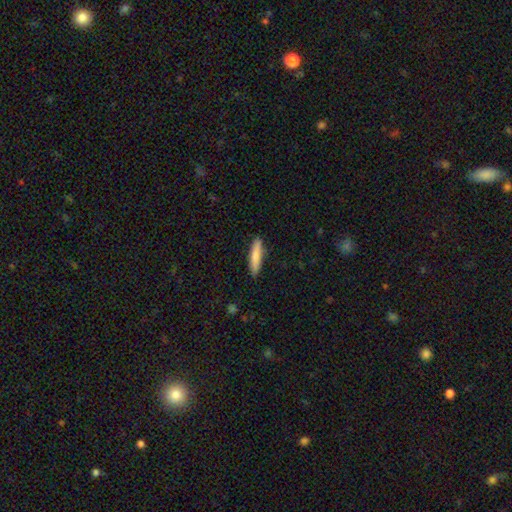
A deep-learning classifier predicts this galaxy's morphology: smooth 79%, featured or disk 16%, star or artifact 6%. Down the decision tree: how rounded — cigar-shaped (83%); merging — none (87%).